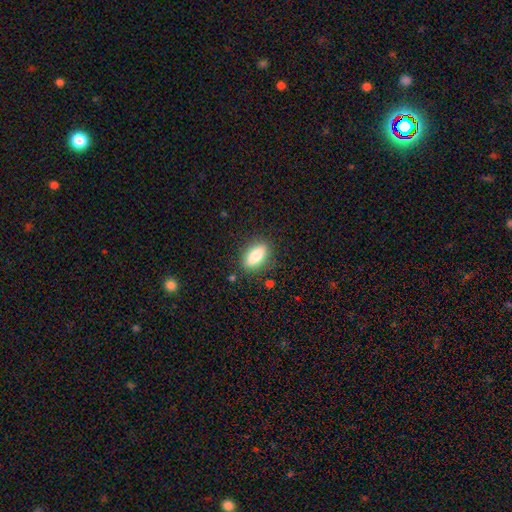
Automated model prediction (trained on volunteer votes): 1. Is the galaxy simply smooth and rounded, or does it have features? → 80% smooth, 13% featured or disk, 7% star or artifact.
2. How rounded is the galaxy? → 79% in between, 16% cigar-shaped, 5% round.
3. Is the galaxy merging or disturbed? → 85% none, 11% minor disturbance, 3% major disturbance, 2% merger.